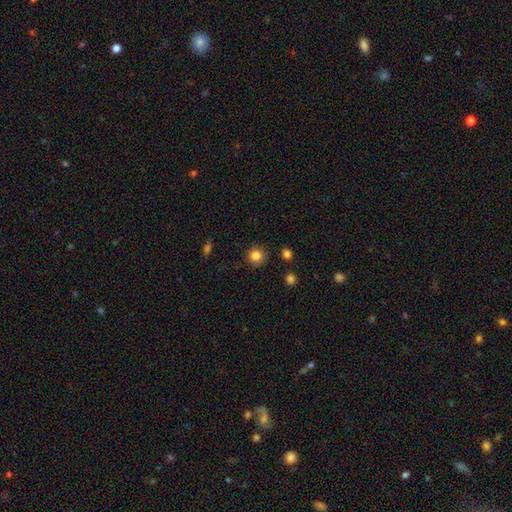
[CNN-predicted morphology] A smooth galaxy with no disk features (84%) that is round (92%).

Vote fractions:
- Smooth or featured? smooth: 84% / star or artifact: 11% / featured or disk: 5%
- How rounded? round: 92% / in between: 7% / cigar-shaped: 1%
- Merging? none: 88% / minor disturbance: 8% / major disturbance: 2% / merger: 2%